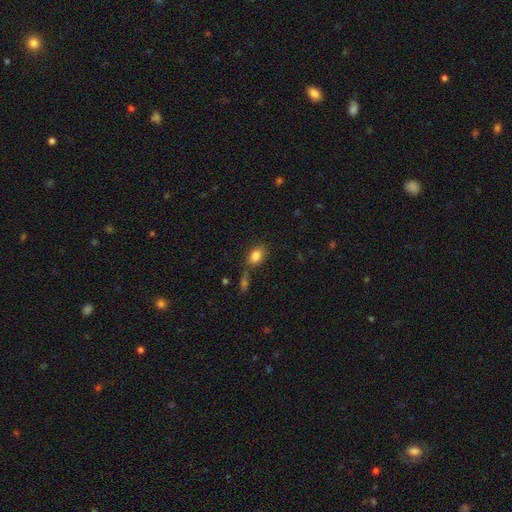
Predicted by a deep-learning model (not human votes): Smooth or featured? Predicted: smooth (p=0.83). How rounded? Predicted: in between (p=0.79). Merging? Predicted: none (p=0.57).